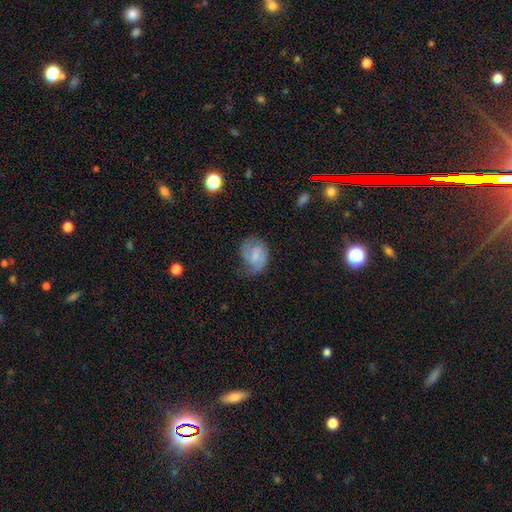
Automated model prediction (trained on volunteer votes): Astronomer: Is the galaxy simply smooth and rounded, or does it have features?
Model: smooth — 46%, tied with featured or disk at 46%.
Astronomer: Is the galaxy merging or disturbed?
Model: none — 43% (runner-up: minor disturbance, 33%).